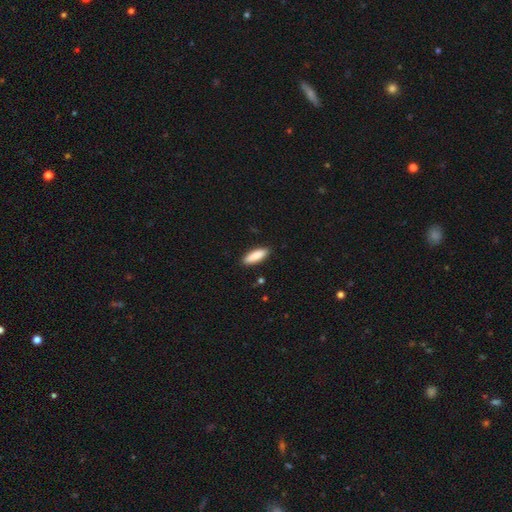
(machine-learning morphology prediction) Smooth or featured? Predicted: smooth (p=0.86). How rounded? Predicted: cigar-shaped (p=0.51). Merging? Predicted: none (p=0.88).